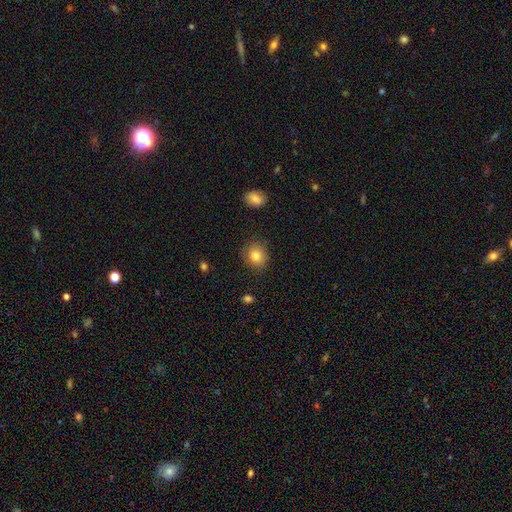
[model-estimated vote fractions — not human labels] smooth-or-featured: smooth: 83% | star or artifact: 10% | featured or disk: 7%
  how-rounded: round: 73% | in between: 26% | cigar-shaped: 1%
  merging: none: 86% | minor disturbance: 10% | major disturbance: 3% | merger: 2%